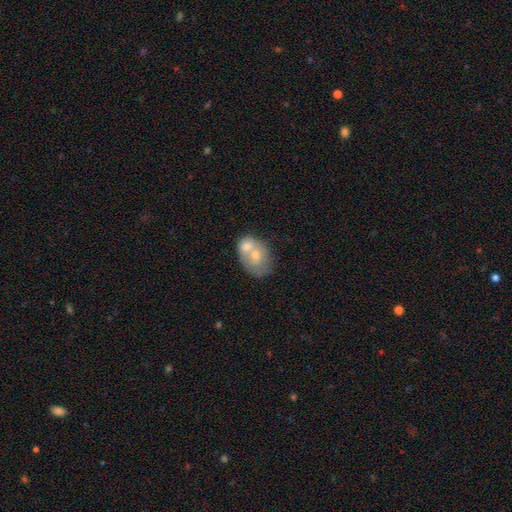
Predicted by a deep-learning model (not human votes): This is possibly a smooth galaxy (59%). How rounded: likely in between (63%). Merging: likely merger (66%).